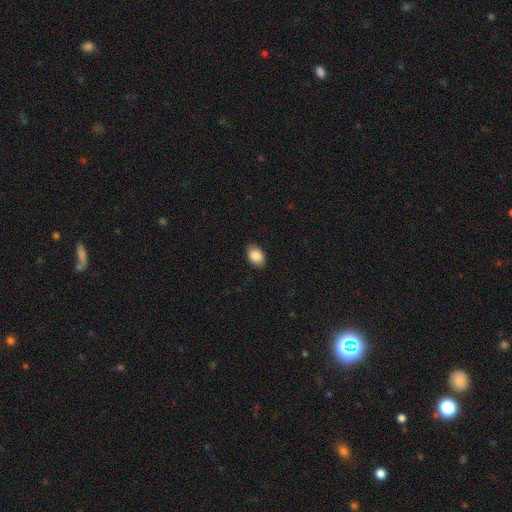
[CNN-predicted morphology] Q: Smooth or featured?
A: smooth (88%); runner-up: star or artifact (7%)
Q: How rounded?
A: in between (86%); runner-up: round (13%)
Q: Merging?
A: none (86%); runner-up: minor disturbance (10%)